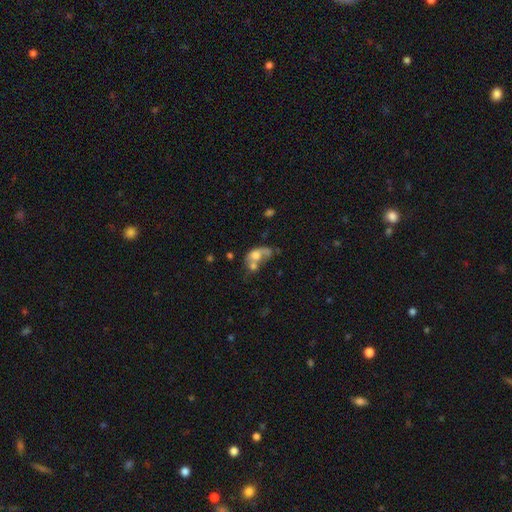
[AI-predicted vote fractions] A smooth galaxy with no disk features (58%) that is in between round and cigar-shaped (65%). Merging: merger (56%).